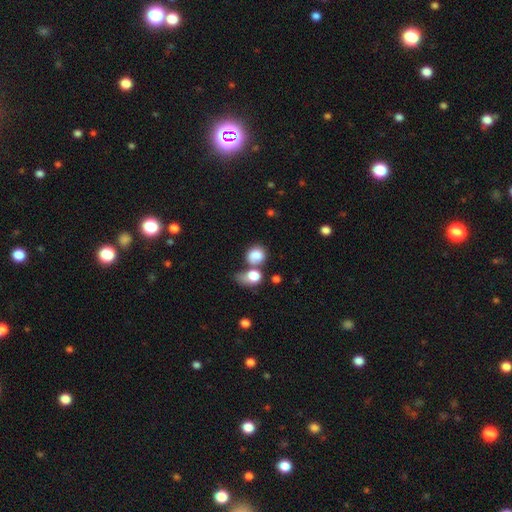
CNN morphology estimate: This appears to be a smooth galaxy with no disk features (82%) that is round (69%). Merging: none (39%).